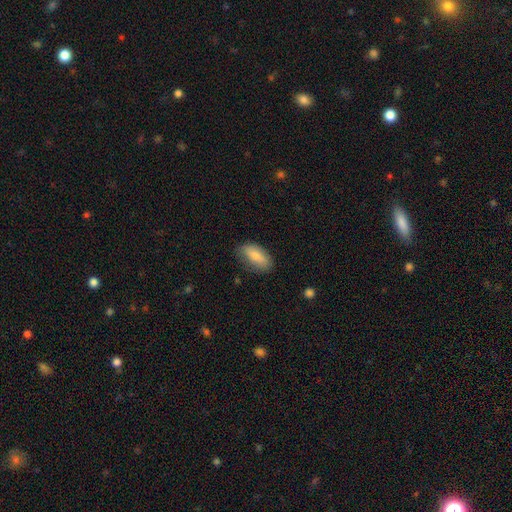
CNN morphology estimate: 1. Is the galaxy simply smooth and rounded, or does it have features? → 79% smooth, 14% featured or disk, 6% star or artifact.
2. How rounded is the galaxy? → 86% in between, 11% cigar-shaped, 3% round.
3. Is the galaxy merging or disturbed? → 77% none, 18% minor disturbance, 4% major disturbance, 1% merger.